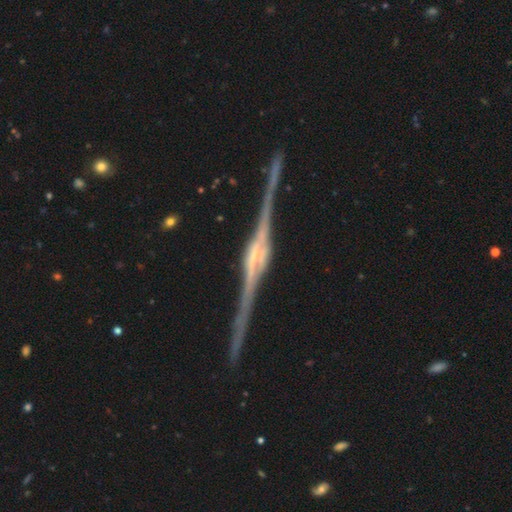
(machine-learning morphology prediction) type=featured or disk (91%); edge-on=yes (98%); edge-on bulge=rounded (56%); merging=none (87%).